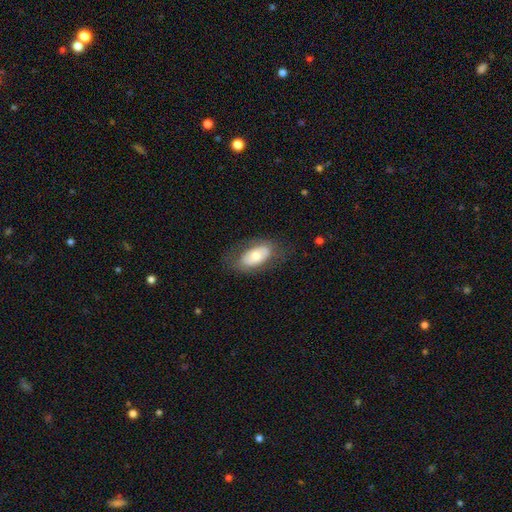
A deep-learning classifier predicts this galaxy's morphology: Overall: smooth (60%; featured or disk 33%). How rounded: in between (93%). Merging: none (73%).